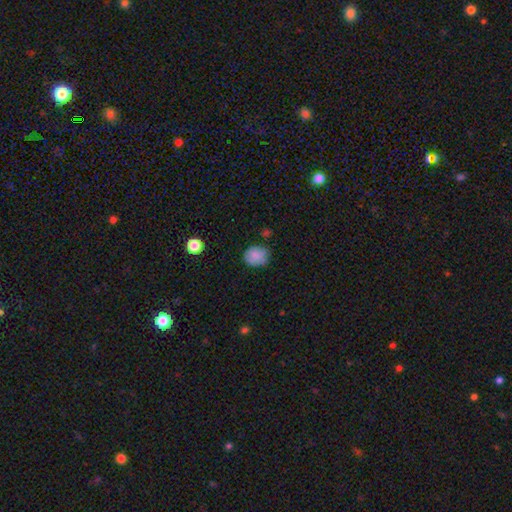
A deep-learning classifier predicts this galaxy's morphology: A smooth galaxy with no disk features (79%) that is round (62%). Merging: none (64%).